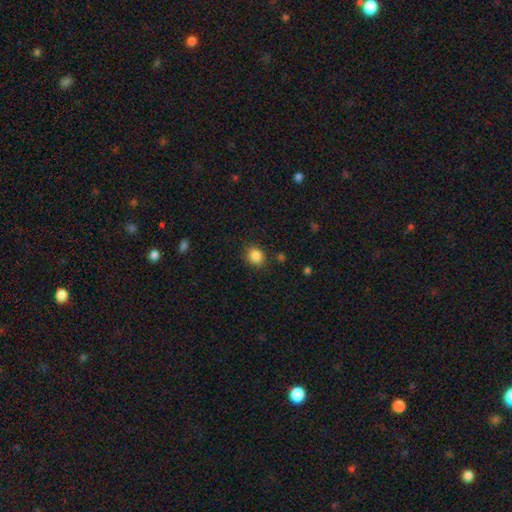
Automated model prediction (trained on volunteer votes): Smooth or featured? Predicted: smooth (p=0.86). How rounded? Predicted: round (p=0.70). Merging? Predicted: none (p=0.85).